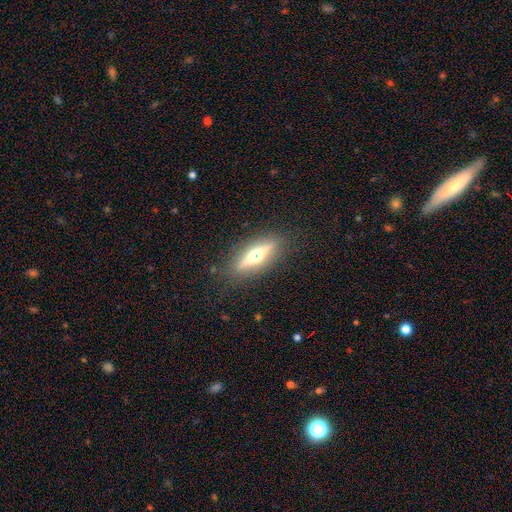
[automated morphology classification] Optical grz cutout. It shows a featured or disk galaxy (65%) viewed edge-on (90%) with a rounded central bulge (94%). Merging: none (86%).